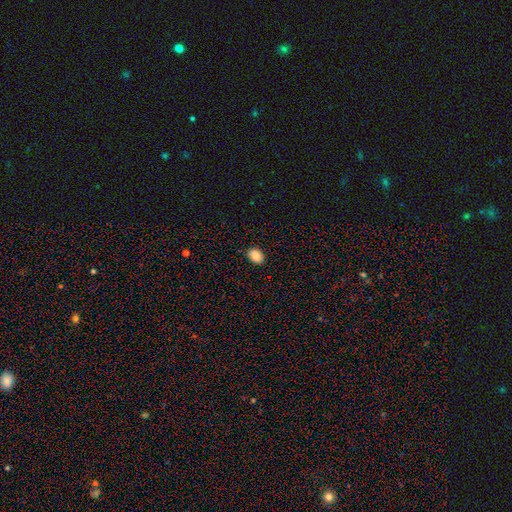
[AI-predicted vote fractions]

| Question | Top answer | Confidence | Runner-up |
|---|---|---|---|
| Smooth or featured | smooth | 88% | star or artifact (8%) |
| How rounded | in between | 79% | round (20%) |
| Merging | none | 88% | minor disturbance (9%) |